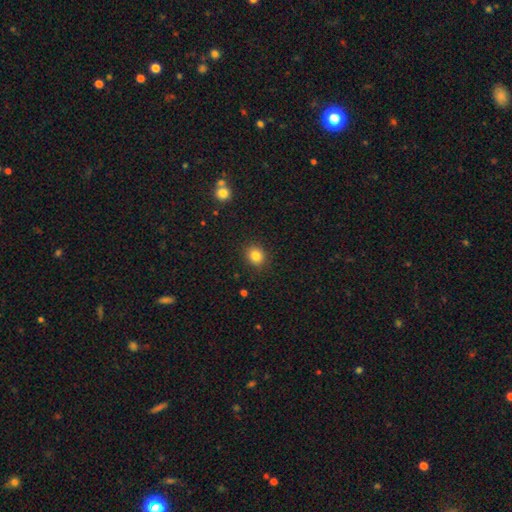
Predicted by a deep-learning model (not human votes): This appears to be a smooth galaxy with no disk features (84%) that is round (75%). Merging: none (88%).